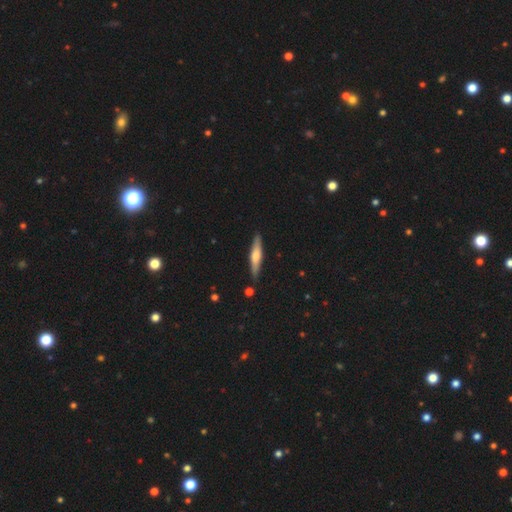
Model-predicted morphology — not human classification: Smooth or featured? Predicted: featured or disk (p=0.50). Merging? Predicted: none (p=0.87).